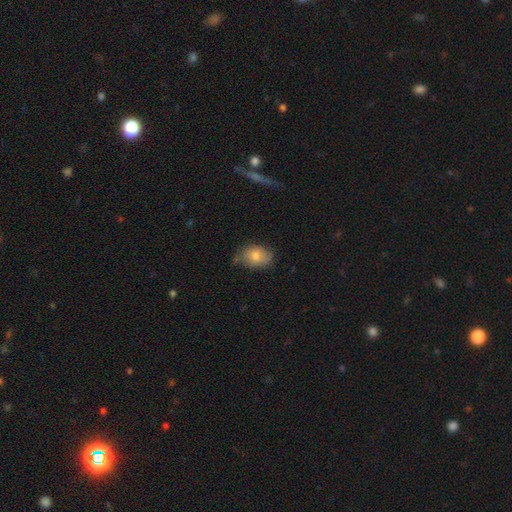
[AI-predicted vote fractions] Overall: smooth (69%). How rounded: in between (76%). Merging: none (53%; minor disturbance 35%).